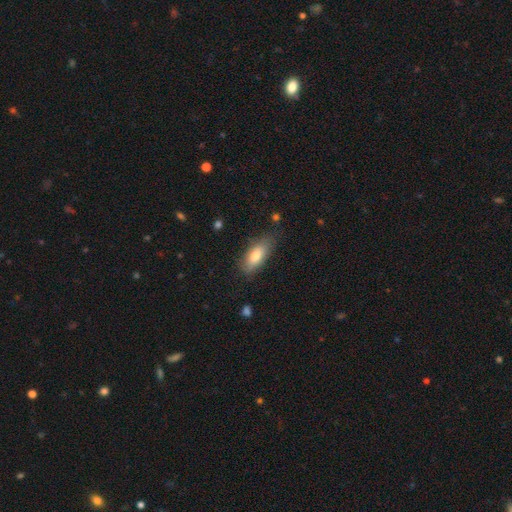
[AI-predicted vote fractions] Morphology: type=smooth (77%); roundness=in between (79%); merging=none (75%).